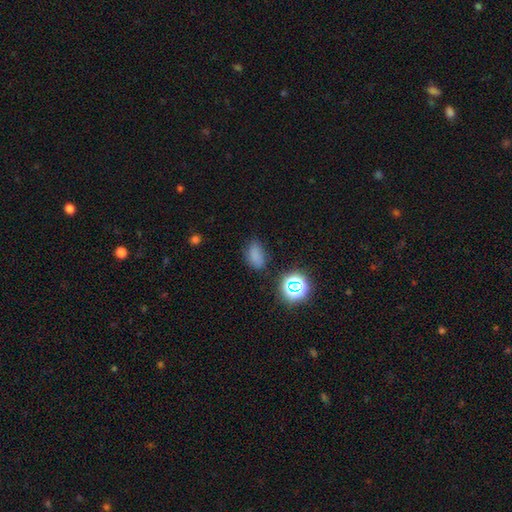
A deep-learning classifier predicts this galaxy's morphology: The model was most divided on "merging": none: 71%, minor disturbance: 20%, major disturbance: 6%, merger: 3%. More confident: how rounded — in between (85%); smooth or featured — smooth (73%).